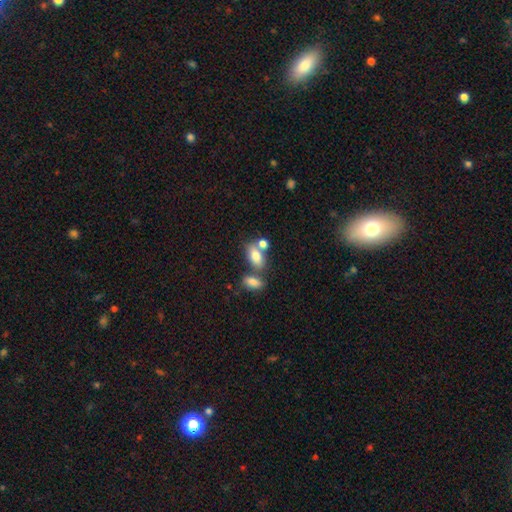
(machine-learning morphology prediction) smooth-or-featured: smooth: 79% | featured or disk: 13% | star or artifact: 9%
  how-rounded: in between: 86% | round: 11% | cigar-shaped: 3%
  merging: none: 44% | merger: 39% | minor disturbance: 12% | major disturbance: 5%